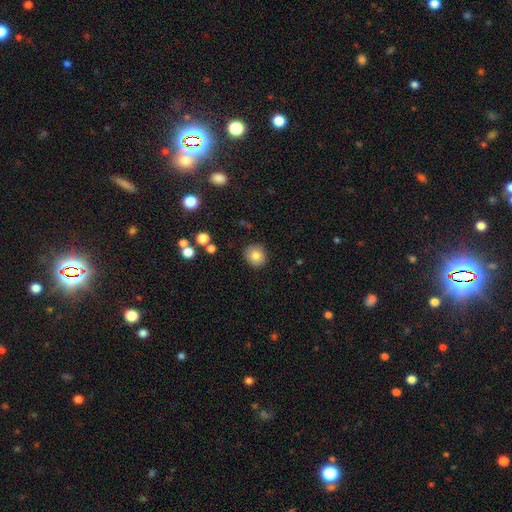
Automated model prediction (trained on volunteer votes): smooth_or_featured: smooth (p=0.83) [alt: star or artifact p=0.10]
how_rounded: round (p=0.85) [alt: in between p=0.14]
merging: none (p=0.87) [alt: minor disturbance p=0.08]